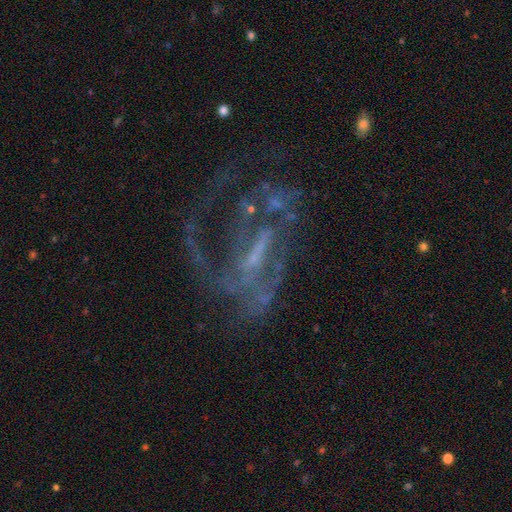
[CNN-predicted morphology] Q: Smooth or featured?
A: featured or disk (80%); runner-up: star or artifact (13%)
Q: Edge-on disk?
A: no (95%); runner-up: yes (5%)
Q: Bar?
A: weak (40%); runner-up: strong (35%)
Q: Spiral arms?
A: yes (82%); runner-up: no (18%)
Q: Spiral winding?
A: medium (44%); runner-up: loose (34%)
Q: Spiral arm count?
A: 2 (36%); runner-up: can't tell (27%)
Q: Bulge size?
A: small (42%); runner-up: none (38%)
Q: Merging?
A: none (43%); runner-up: major disturbance (37%)